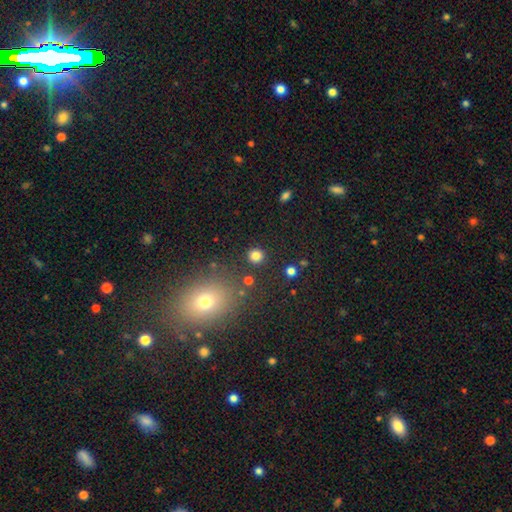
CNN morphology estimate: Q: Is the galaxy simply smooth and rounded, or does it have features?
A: smooth — 81%.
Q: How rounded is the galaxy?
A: round — 92%.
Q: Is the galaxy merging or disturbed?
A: none — 89%.